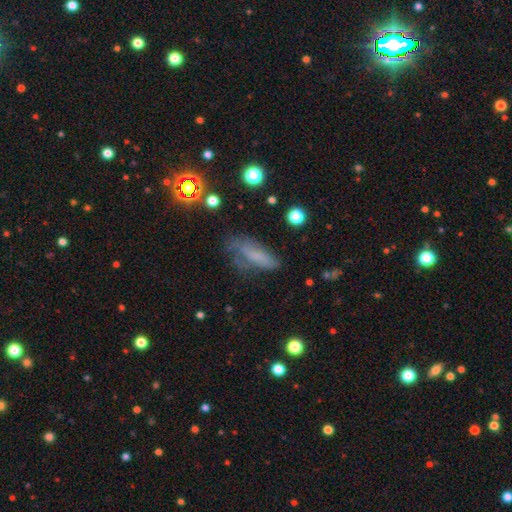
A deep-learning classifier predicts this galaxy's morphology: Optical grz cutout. It shows a smooth galaxy with no disk features (57%) that is in between round and cigar-shaped (59%). Merging: none (46%).